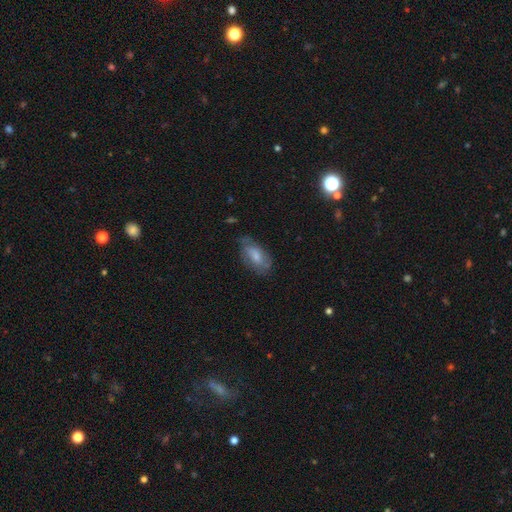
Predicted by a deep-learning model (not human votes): Overall: smooth (61%; featured or disk 32%). How rounded: in between (91%). Merging: none (60%; minor disturbance 28%).